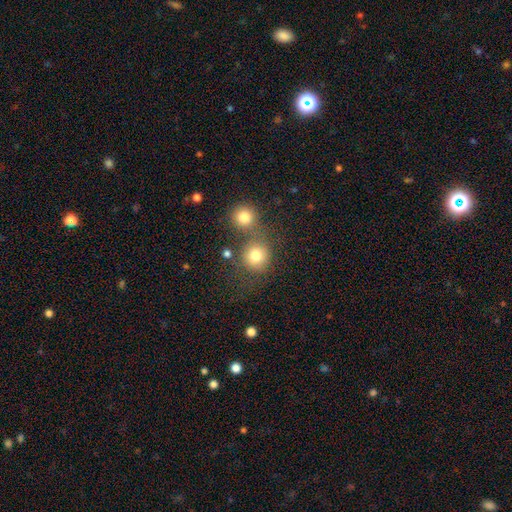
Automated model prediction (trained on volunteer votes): Smooth or featured? smooth (79%)
How rounded? round (89%)
Merging? none (56%)